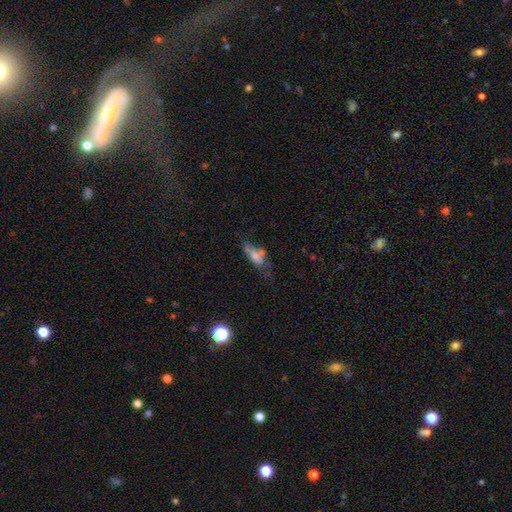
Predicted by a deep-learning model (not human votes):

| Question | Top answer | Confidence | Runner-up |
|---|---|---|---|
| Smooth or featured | smooth | 58% | featured or disk (31%) |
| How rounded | in between | 70% | cigar-shaped (26%) |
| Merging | none | 34% | minor disturbance (26%) |